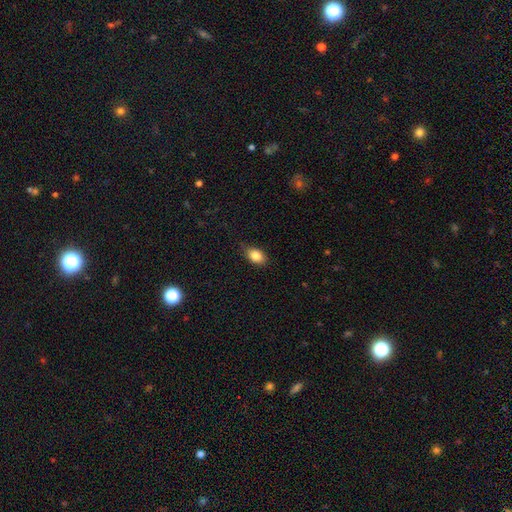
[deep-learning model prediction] Overall: smooth (85%). How rounded: in between (81%). Merging: none (77%).